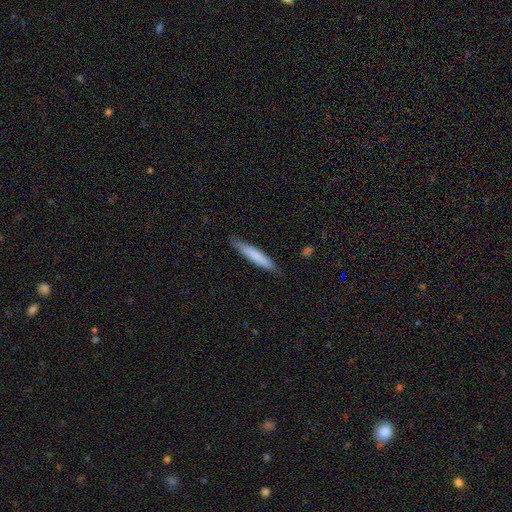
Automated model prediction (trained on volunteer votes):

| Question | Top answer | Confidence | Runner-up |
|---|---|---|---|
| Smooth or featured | smooth | 75% | featured or disk (20%) |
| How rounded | cigar-shaped | 92% | in between (7%) |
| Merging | none | 86% | minor disturbance (11%) |